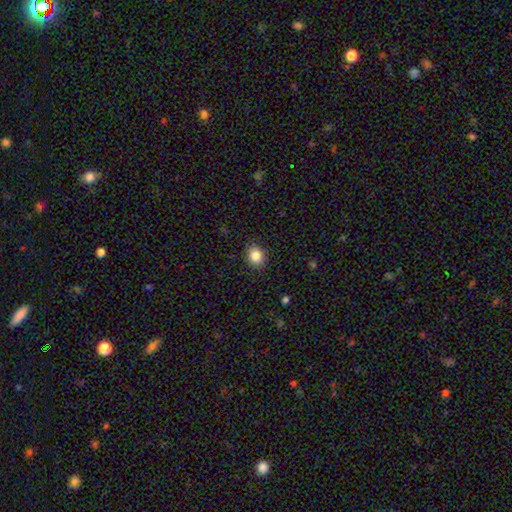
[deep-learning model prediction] This appears to be a smooth galaxy with no disk features (85%) that is round (59%). Merging: none (89%).